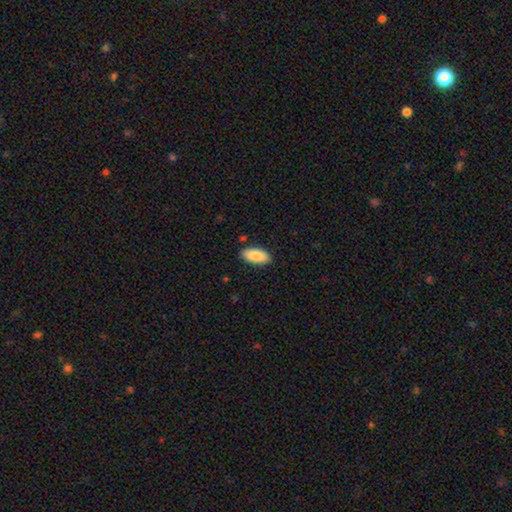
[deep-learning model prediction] Smooth or featured: smooth — 89% (star or artifact — 6%)
How rounded: in between — 87% (cigar-shaped — 11%)
Merging: none — 87% (minor disturbance — 9%)